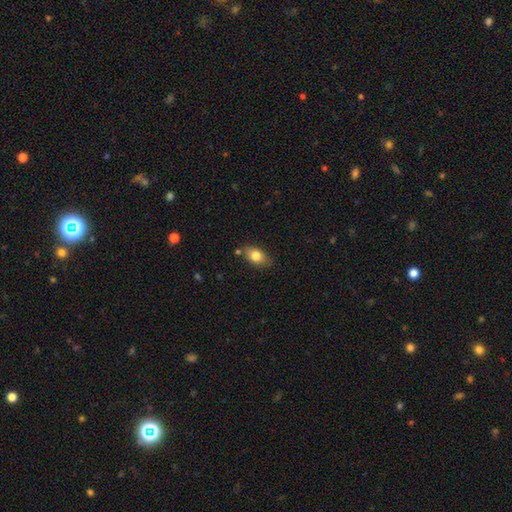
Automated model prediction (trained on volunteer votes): Smooth or featured? smooth (81%)
How rounded? in between (84%)
Merging? none (75%)